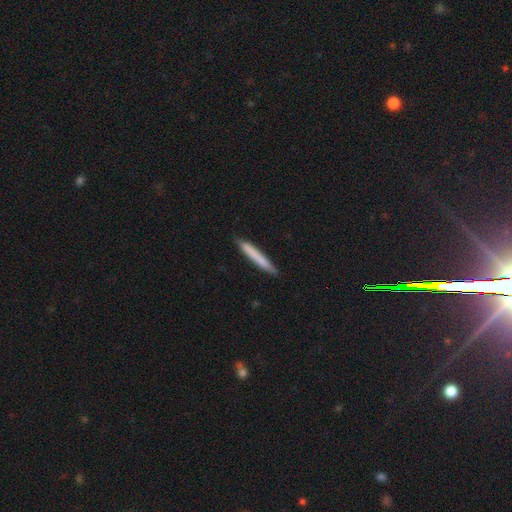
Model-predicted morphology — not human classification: A smooth galaxy with no disk features (74%) that is cigar-shaped (96%). Merging: none (89%).